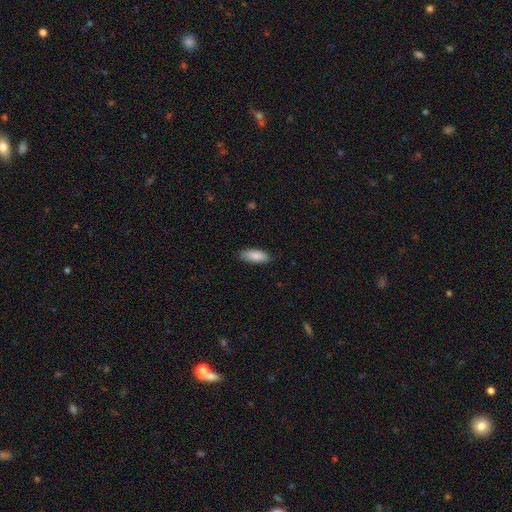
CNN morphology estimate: A smooth galaxy with no disk features (87%) that is in between round and cigar-shaped (79%).

Vote fractions:
- Smooth or featured? smooth: 87% / featured or disk: 7% / star or artifact: 6%
- How rounded? in between: 79% / cigar-shaped: 20% / round: 2%
- Merging? none: 84% / minor disturbance: 13% / major disturbance: 2% / merger: 1%